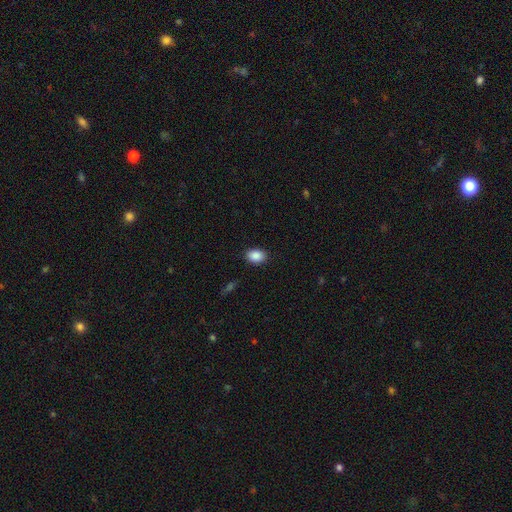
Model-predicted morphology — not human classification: This appears to be a smooth galaxy with no disk features (88%) that is in between round and cigar-shaped (73%). Merging: none (88%).